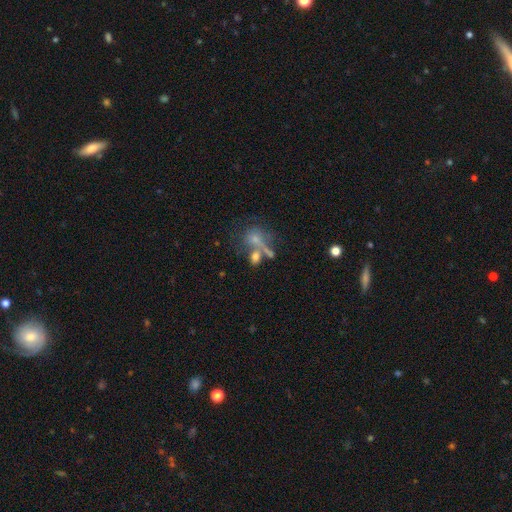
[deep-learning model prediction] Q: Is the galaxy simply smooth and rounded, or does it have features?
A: smooth — 60%.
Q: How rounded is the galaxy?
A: in between — 47%.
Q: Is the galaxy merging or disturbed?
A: none — 38%.